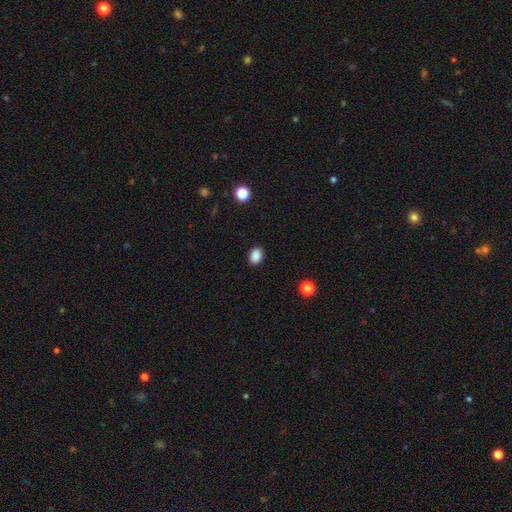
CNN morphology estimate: A smooth galaxy with no disk features (88%) that is in between round and cigar-shaped (64%). Merging: none (90%).